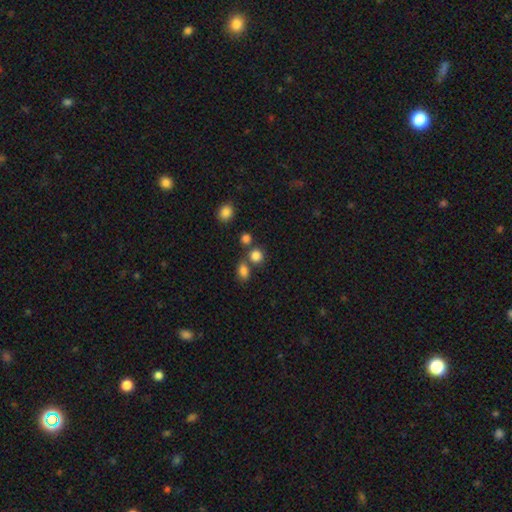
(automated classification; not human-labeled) The model was most divided on "merging": none: 65%, merger: 22%, minor disturbance: 9%, major disturbance: 4%. More confident: smooth or featured — smooth (82%); how rounded — round (78%).